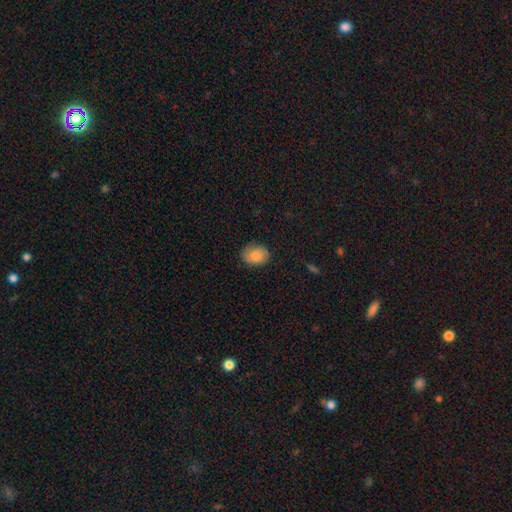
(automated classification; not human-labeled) smooth_or_featured: smooth (p=0.84) [alt: featured or disk p=0.08]
how_rounded: in between (p=0.53) [alt: round p=0.46]
merging: none (p=0.78) [alt: minor disturbance p=0.18]